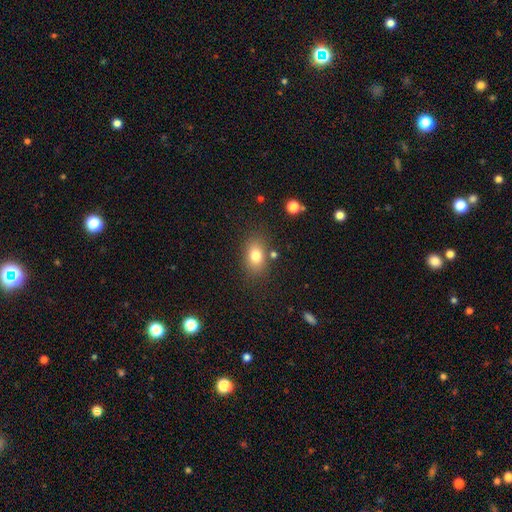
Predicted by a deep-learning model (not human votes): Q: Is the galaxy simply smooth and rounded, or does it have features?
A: smooth — 79%.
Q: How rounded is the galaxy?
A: in between — 77%.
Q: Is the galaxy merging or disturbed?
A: none — 77%.